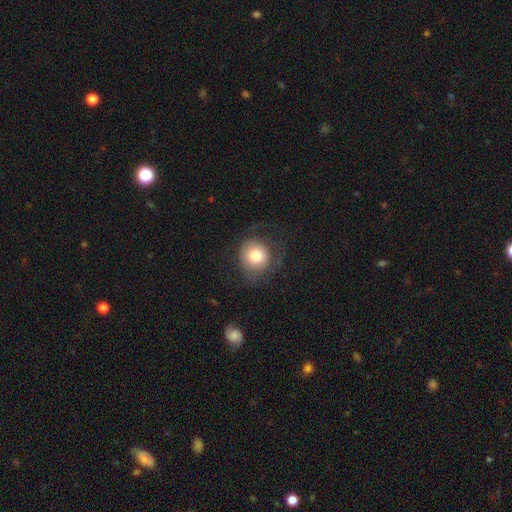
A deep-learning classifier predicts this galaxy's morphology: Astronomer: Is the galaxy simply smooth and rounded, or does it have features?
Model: smooth — 74%.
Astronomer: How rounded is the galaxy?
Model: round — 88%.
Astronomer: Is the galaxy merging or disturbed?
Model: none — 58%.